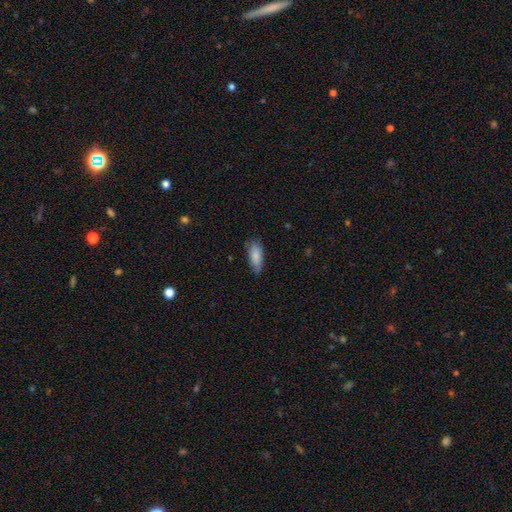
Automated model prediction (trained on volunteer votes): This is clearly a smooth galaxy (85%). How rounded: likely in between (73%). Merging: likely none (75%).